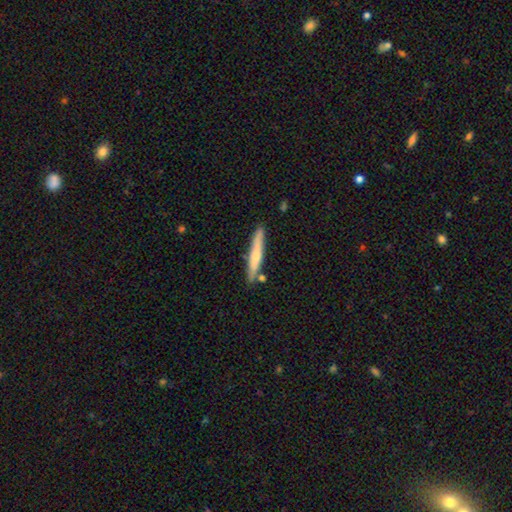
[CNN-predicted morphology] A smooth galaxy with no disk features (59%) that is cigar-shaped (94%).

Vote fractions:
- Smooth or featured? smooth: 59% / featured or disk: 36% / star or artifact: 5%
- How rounded? cigar-shaped: 94% / in between: 5% / round: 1%
- Merging? none: 81% / minor disturbance: 12% / merger: 5% / major disturbance: 2%